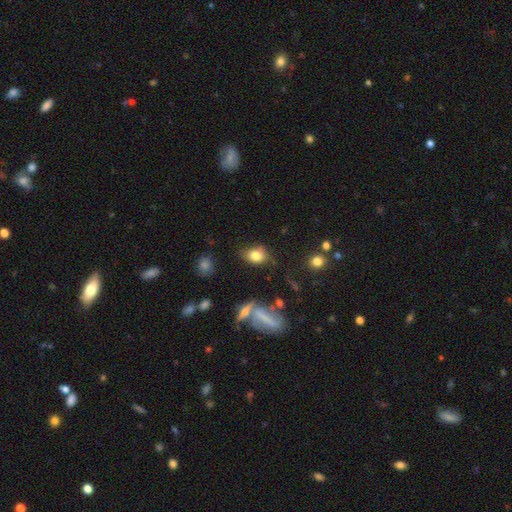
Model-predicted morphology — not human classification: type=smooth (79%); roundness=in between (73%); merging=none (65%).